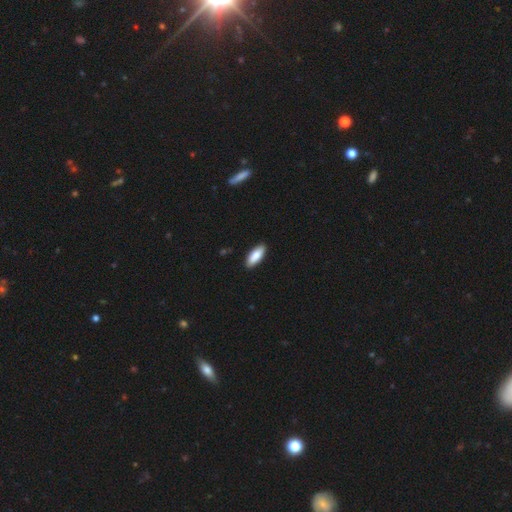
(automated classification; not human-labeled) Morphology: type=smooth (85%); roundness=in between (77%); merging=none (90%).